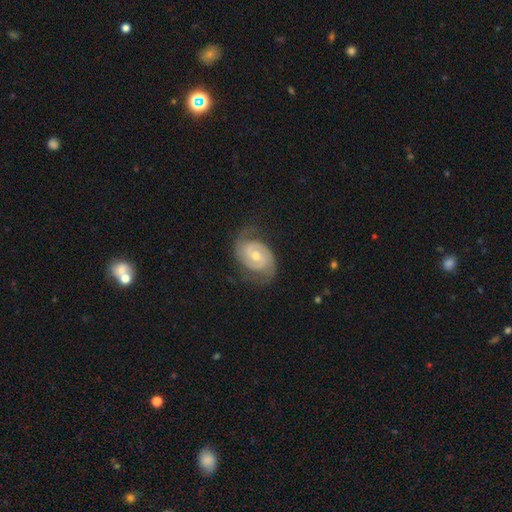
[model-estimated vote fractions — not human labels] smooth_or_featured: featured or disk (p=0.88) [alt: smooth p=0.07]
disk_edge_on: no (p=0.97) [alt: yes p=0.03]
bar: no (p=0.56) [alt: weak p=0.36]
has_spiral_arms: yes (p=0.97) [alt: no p=0.03]
spiral_winding: tight (p=0.51) [alt: medium p=0.39]
spiral_arm_count: 2 (p=0.87) [alt: can't tell p=0.06]
bulge_size: moderate (p=0.64) [alt: small p=0.32]
merging: none (p=0.73) [alt: minor disturbance p=0.18]